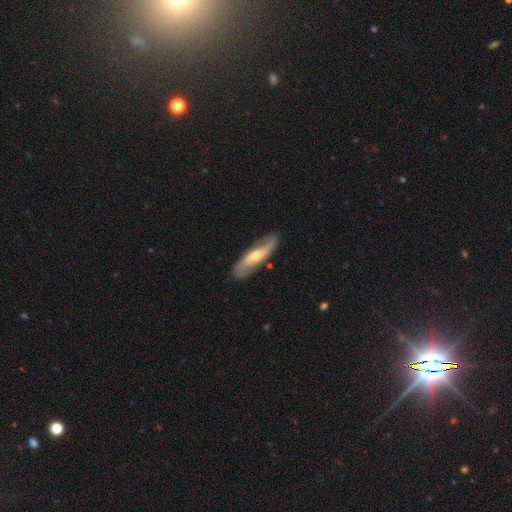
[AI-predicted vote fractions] Overall: featured or disk (68%; smooth 28%). Edge-on disk: no (76%). Bar: no (50%; weak 32%). Spiral arms: yes (85%). Bulge size: moderate (51%; small 44%). Merging: none (81%).